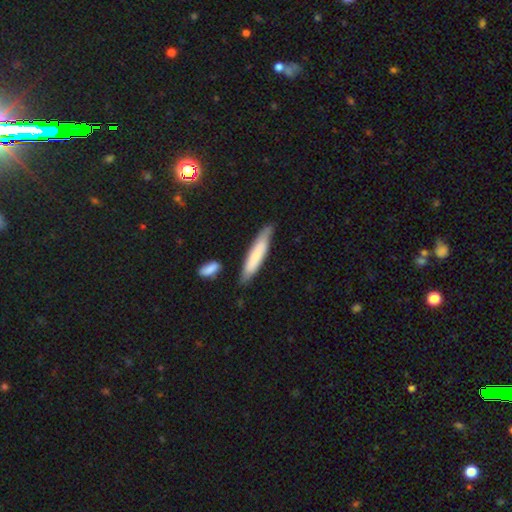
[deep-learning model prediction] Smooth or featured? Predicted: smooth (p=0.70). How rounded? Predicted: cigar-shaped (p=0.89). Merging? Predicted: none (p=0.79).